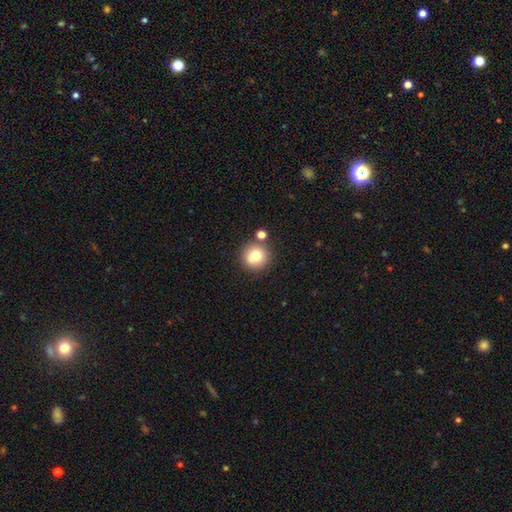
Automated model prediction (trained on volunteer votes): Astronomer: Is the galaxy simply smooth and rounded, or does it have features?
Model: smooth — 79%.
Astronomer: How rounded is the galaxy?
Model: round — 93%.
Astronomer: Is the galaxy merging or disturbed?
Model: none — 76%.